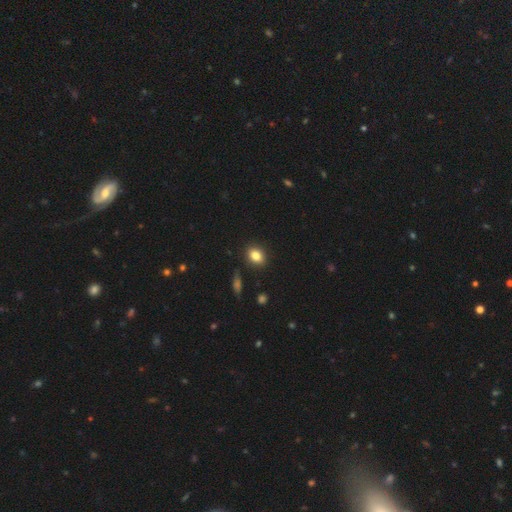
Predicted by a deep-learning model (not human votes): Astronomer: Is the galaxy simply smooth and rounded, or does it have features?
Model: smooth — 84%.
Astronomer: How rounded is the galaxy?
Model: in between — 61% (runner-up: round, 37%).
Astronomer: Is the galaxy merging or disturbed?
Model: none — 86%.